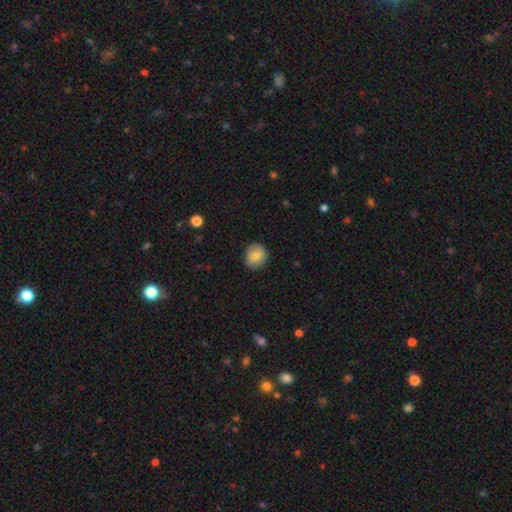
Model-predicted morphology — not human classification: This appears to be a smooth galaxy with no disk features (81%) that is round (69%). Merging: none (87%).